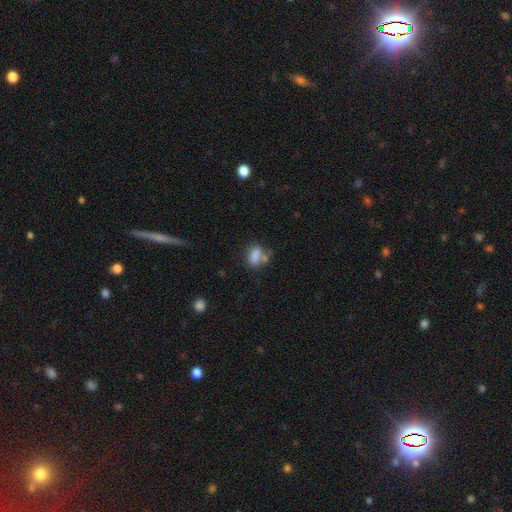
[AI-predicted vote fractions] Overall: smooth (80%). How rounded: in between (80%). Merging: none (48%; merger 23%).